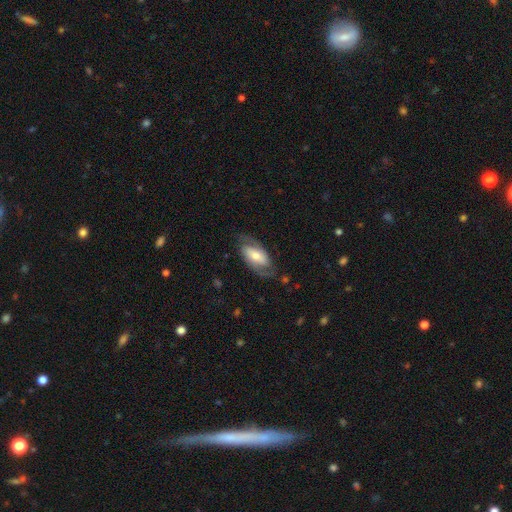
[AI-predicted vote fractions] Smooth or featured? Predicted: featured or disk (p=0.67). Edge-on disk? Predicted: no (p=0.93). Bar? Predicted: weak (p=0.35). Spiral arms? Predicted: yes (p=0.86). Spiral winding? Predicted: medium (p=0.46). Spiral arm count? Predicted: 2 (p=0.86). Bulge size? Predicted: moderate (p=0.54). Merging? Predicted: none (p=0.71).